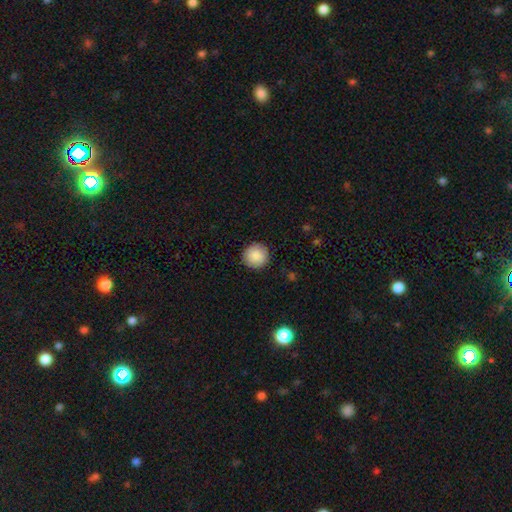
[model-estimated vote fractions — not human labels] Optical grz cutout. It shows a smooth galaxy with no disk features (87%) that is round (95%). Merging: none (91%).